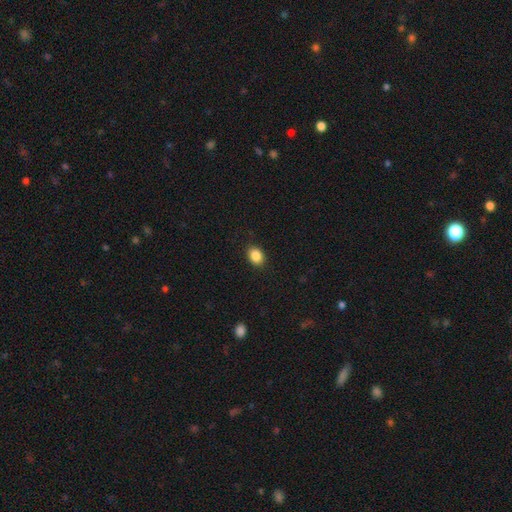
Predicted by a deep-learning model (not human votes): This is clearly a smooth galaxy (87%). How rounded: likely in between (64%). Merging: clearly none (88%).